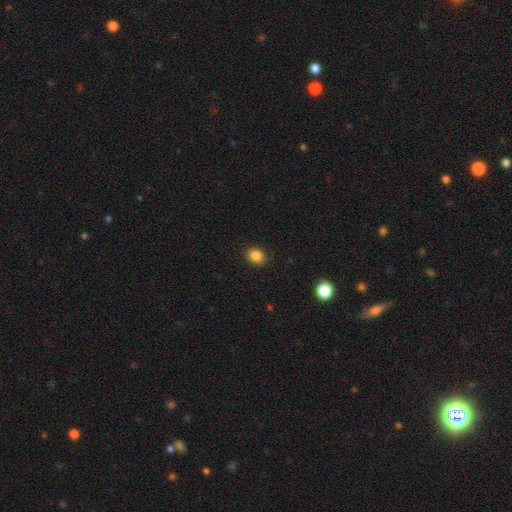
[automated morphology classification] Smooth or featured? smooth (86%)
How rounded? round (65%)
Merging? none (89%)